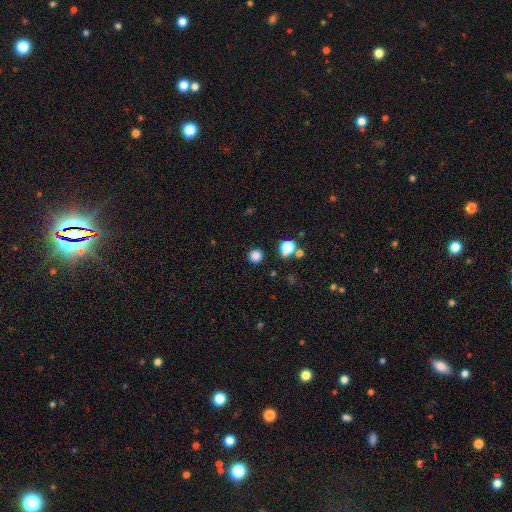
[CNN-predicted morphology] Smooth or featured? smooth (82%)
How rounded? round (92%)
Merging? none (87%)